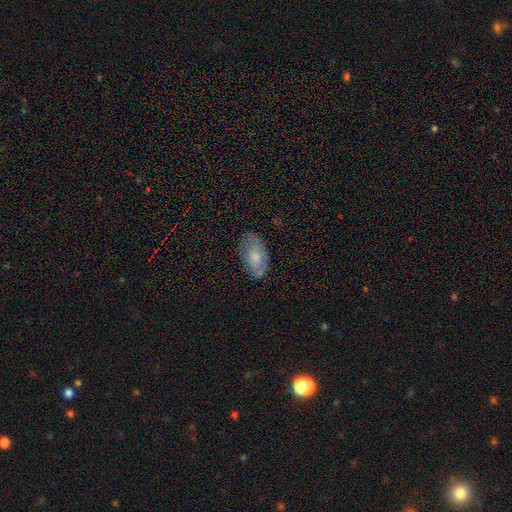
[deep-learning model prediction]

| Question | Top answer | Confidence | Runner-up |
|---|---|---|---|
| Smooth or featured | smooth | 54% | featured or disk (38%) |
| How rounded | in between | 92% | round (6%) |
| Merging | none | 71% | minor disturbance (22%) |